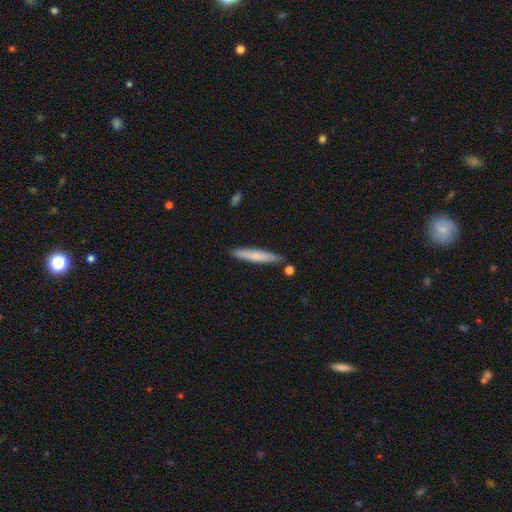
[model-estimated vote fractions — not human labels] Morphology: type=smooth (69%); roundness=cigar-shaped (93%); merging=none (84%).